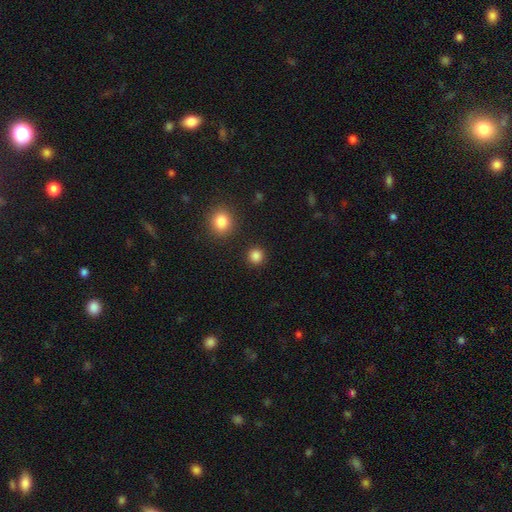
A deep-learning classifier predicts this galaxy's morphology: Smooth or featured?
  - smooth: 85% *
  - star or artifact: 12%
  - featured or disk: 3%
How rounded?
  - round: 92% *
  - in between: 7%
  - cigar-shaped: 1%
Merging?
  - none: 90% *
  - minor disturbance: 5%
  - major disturbance: 2%
  - merger: 2%